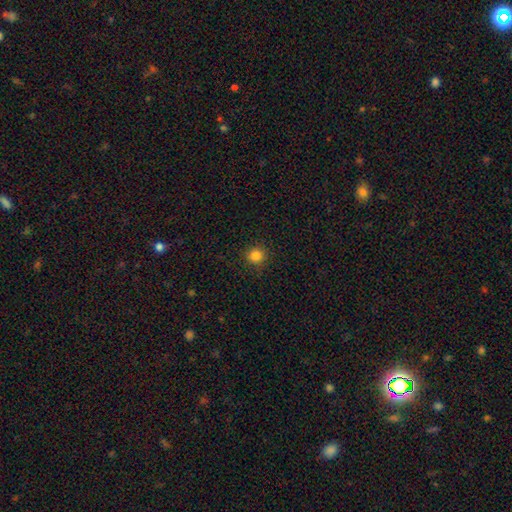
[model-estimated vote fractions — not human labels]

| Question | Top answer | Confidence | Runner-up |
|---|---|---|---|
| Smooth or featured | smooth | 84% | star or artifact (12%) |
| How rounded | round | 93% | in between (6%) |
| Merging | none | 90% | minor disturbance (6%) |